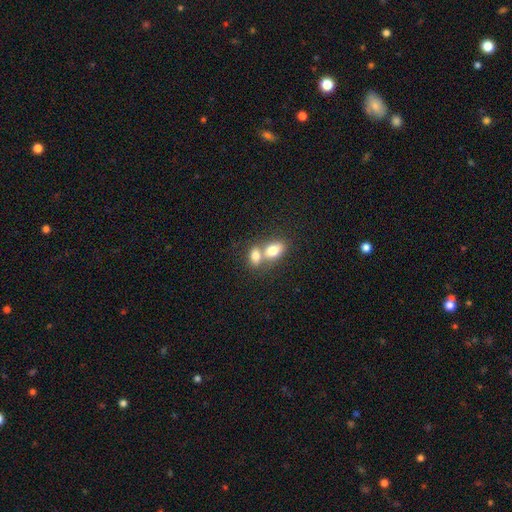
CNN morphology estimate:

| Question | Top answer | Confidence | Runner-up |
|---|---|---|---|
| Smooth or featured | smooth | 77% | featured or disk (14%) |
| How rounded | in between | 80% | round (18%) |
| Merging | merger | 68% | none (23%) |